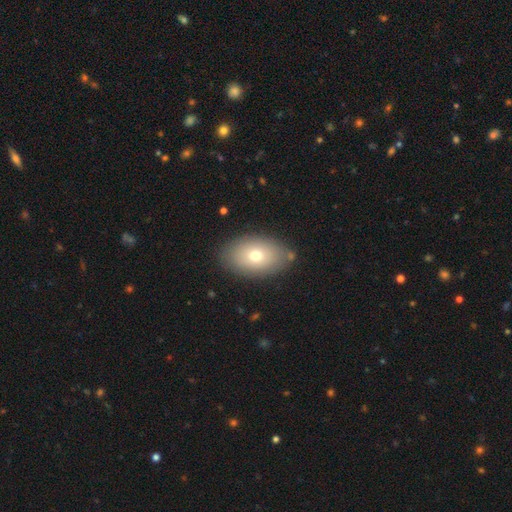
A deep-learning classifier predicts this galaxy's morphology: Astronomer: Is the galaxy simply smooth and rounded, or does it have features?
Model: smooth — 72%.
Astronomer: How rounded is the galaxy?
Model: in between — 88%.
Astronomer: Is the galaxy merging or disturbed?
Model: none — 83%.